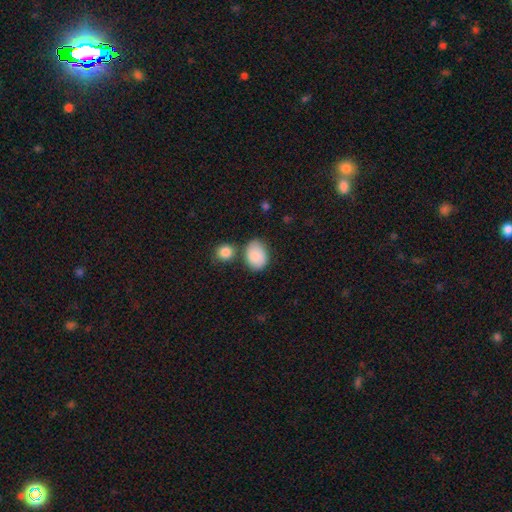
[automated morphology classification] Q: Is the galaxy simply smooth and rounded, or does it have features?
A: smooth — 87%.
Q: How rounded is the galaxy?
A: in between — 75%.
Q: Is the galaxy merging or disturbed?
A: none — 61%.